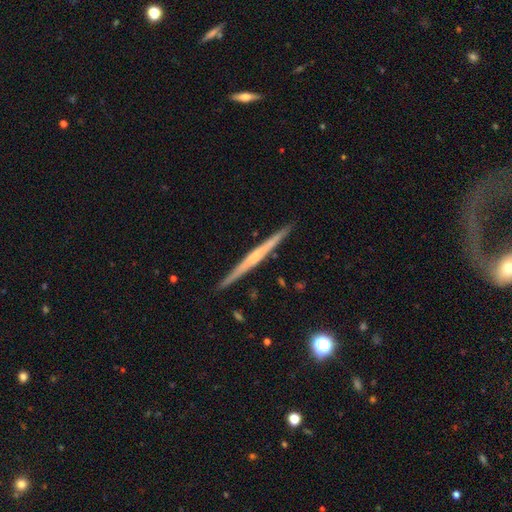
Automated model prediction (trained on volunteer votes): Q: Smooth or featured?
A: featured or disk (70%); runner-up: smooth (24%)
Q: Edge-on disk?
A: yes (98%); runner-up: no (2%)
Q: Edge-on bulge?
A: none (49%); runner-up: rounded (42%)
Q: Merging?
A: none (91%); runner-up: minor disturbance (6%)